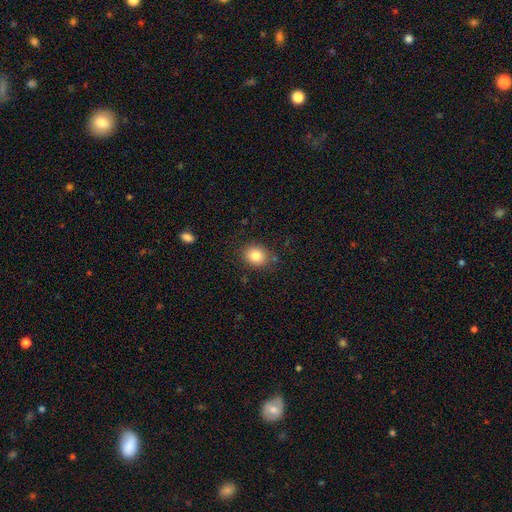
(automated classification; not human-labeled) Smooth or featured? Predicted: smooth (p=0.83). How rounded? Predicted: round (p=0.65). Merging? Predicted: none (p=0.83).